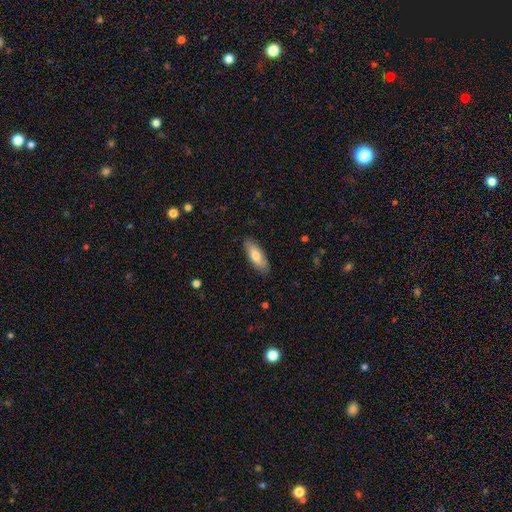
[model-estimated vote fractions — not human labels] Overall: smooth (73%). How rounded: in between (71%). Merging: none (86%).